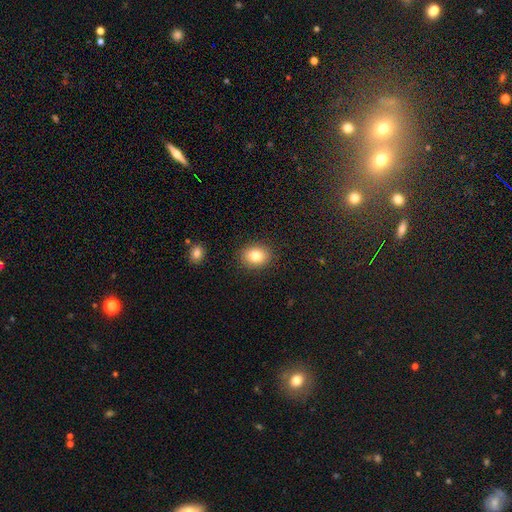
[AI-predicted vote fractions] smooth 81%, star or artifact 10%, featured or disk 9%. Down the decision tree: how rounded — round (53%); merging — none (88%).